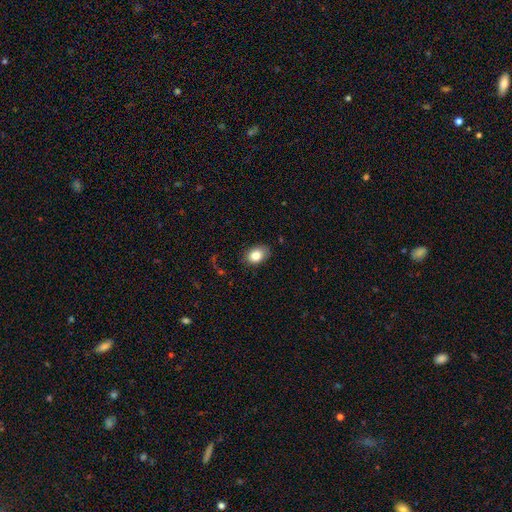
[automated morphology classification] Q: Smooth or featured?
A: smooth (83%); runner-up: star or artifact (8%)
Q: How rounded?
A: in between (81%); runner-up: round (18%)
Q: Merging?
A: none (81%); runner-up: minor disturbance (14%)